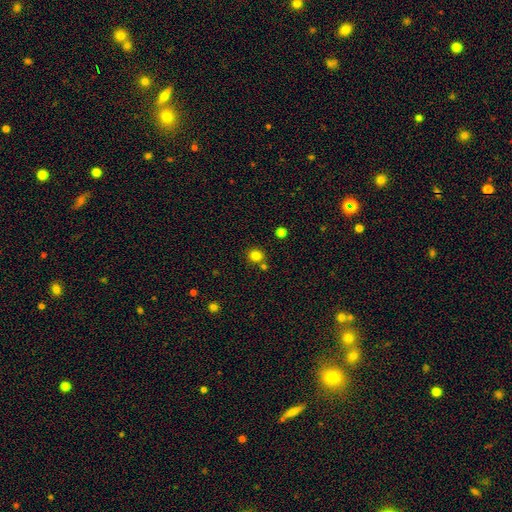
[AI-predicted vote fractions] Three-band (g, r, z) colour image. It shows a smooth galaxy with no disk features (82%) that is round (86%). Merging: none (76%).